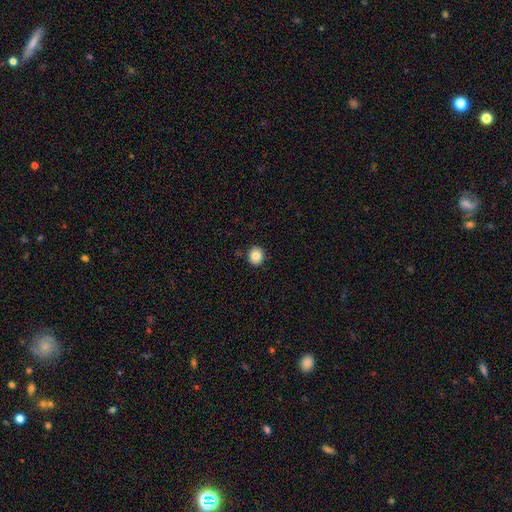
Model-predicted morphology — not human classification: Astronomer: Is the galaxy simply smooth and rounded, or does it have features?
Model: smooth — 83%.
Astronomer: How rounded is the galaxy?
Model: round — 81%.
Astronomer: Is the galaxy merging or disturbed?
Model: none — 90%.